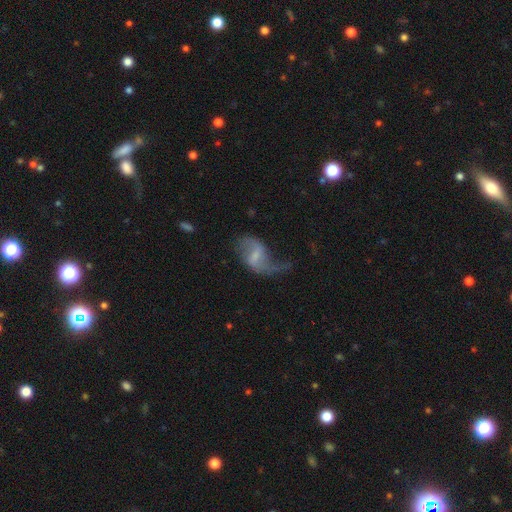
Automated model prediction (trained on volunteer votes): A featured or disk galaxy (78%) with a weak bar (58%), 2 (77%) loose (80%) spiral arms (90%) and a small central bulge (47%). Merging: none (42%).